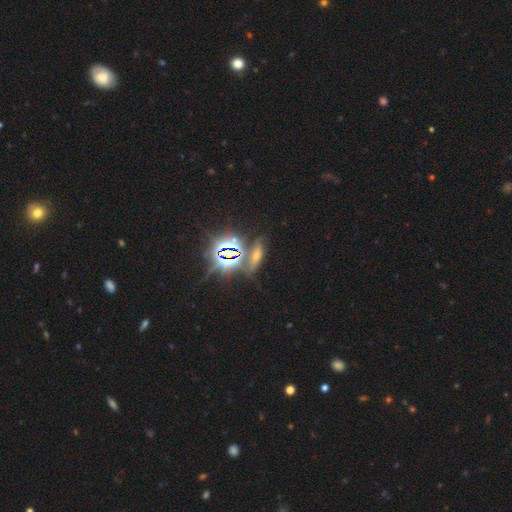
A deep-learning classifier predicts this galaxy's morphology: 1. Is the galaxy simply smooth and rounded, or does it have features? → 53% star or artifact, 29% smooth, 18% featured or disk.